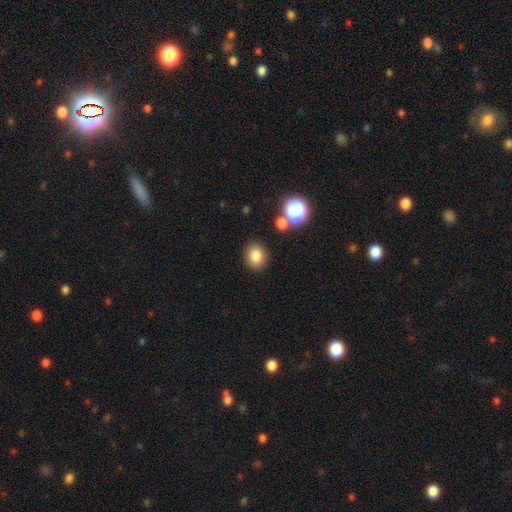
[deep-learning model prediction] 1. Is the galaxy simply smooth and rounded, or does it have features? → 83% smooth, 11% star or artifact, 6% featured or disk.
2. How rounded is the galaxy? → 52% round, 47% in between, 1% cigar-shaped.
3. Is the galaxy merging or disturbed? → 85% none, 9% minor disturbance, 4% merger, 3% major disturbance.